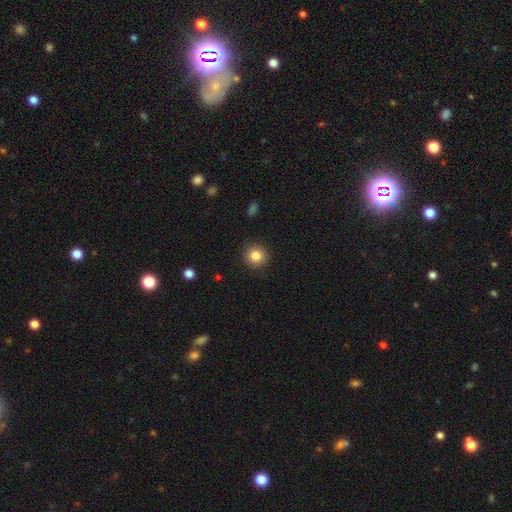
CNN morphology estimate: Overall: smooth (85%). How rounded: round (93%). Merging: none (91%).